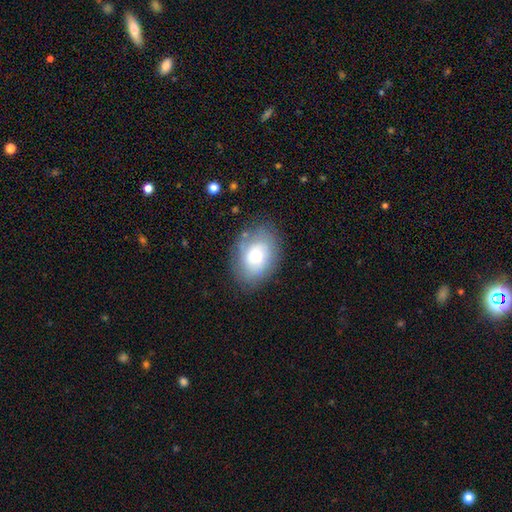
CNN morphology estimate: Smooth or featured: smooth — 62% (featured or disk — 29%)
How rounded: in between — 68% (round — 31%)
Merging: none — 76% (minor disturbance — 16%)